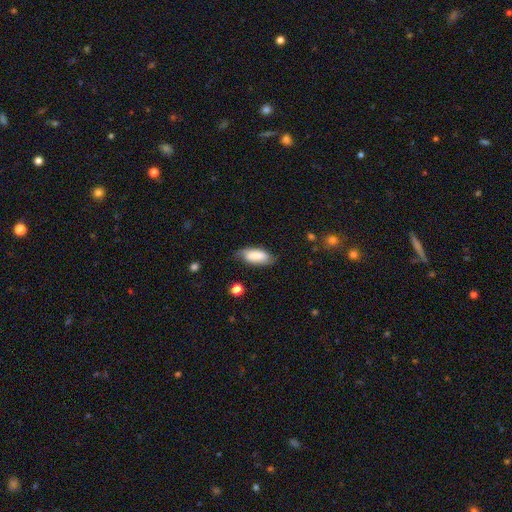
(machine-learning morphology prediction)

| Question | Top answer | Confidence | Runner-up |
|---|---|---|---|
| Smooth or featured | smooth | 77% | featured or disk (16%) |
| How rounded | in between | 82% | cigar-shaped (15%) |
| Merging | none | 70% | minor disturbance (23%) |